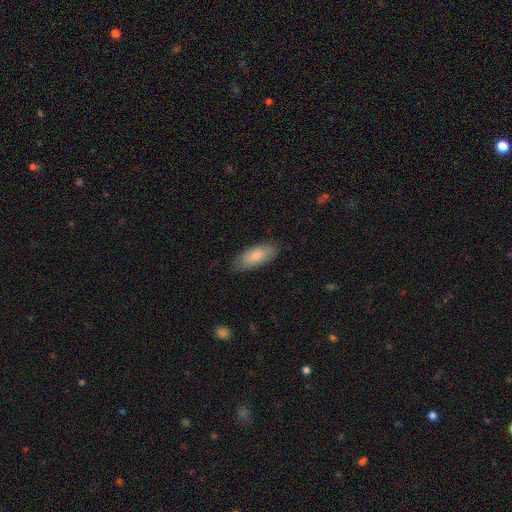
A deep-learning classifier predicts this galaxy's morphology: A smooth galaxy with no disk features (82%) that is in between round and cigar-shaped (74%).

Vote fractions:
- Smooth or featured? smooth: 82% / featured or disk: 12% / star or artifact: 6%
- How rounded? in between: 74% / cigar-shaped: 24% / round: 2%
- Merging? none: 82% / minor disturbance: 14% / major disturbance: 3% / merger: 1%